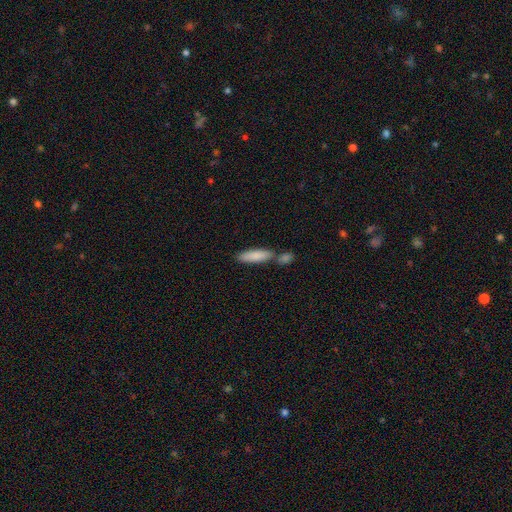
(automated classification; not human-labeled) A smooth galaxy with no disk features (84%) that is cigar-shaped (59%). Merging: none (53%).